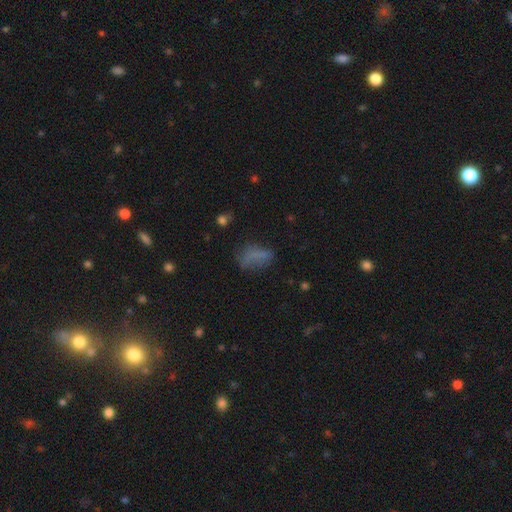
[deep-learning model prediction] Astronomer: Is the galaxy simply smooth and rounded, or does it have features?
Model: smooth — 63%.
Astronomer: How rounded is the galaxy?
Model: in between — 76%.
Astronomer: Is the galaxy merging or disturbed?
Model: none — 43% (runner-up: minor disturbance, 26%).